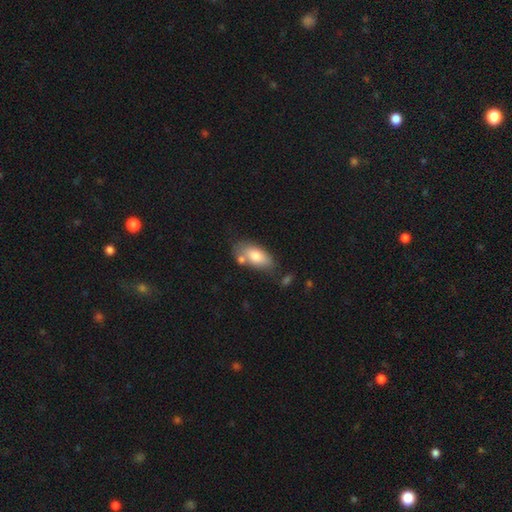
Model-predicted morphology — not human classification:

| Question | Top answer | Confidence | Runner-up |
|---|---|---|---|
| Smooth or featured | smooth | 77% | featured or disk (17%) |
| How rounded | in between | 91% | cigar-shaped (5%) |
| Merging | none | 62% | minor disturbance (18%) |